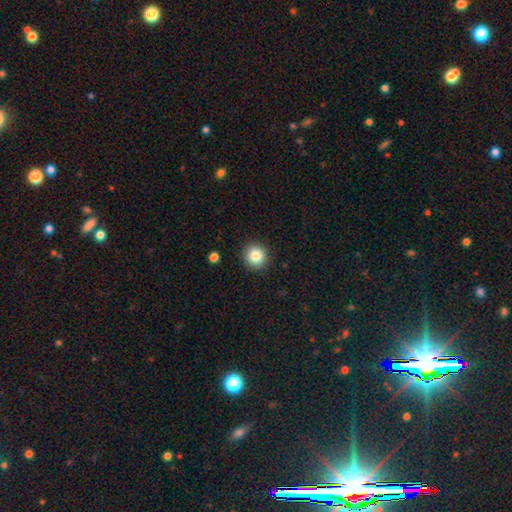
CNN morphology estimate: This is clearly a smooth galaxy (84%). How rounded: clearly round (92%). Merging: clearly none (91%).